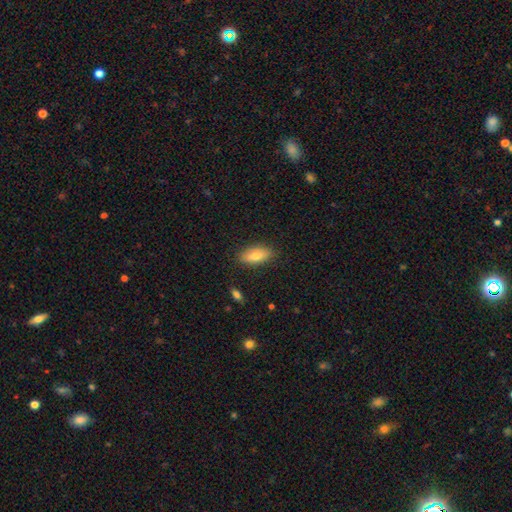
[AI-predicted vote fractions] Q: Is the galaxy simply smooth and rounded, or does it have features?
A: smooth — 77%.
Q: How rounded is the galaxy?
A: in between — 78%.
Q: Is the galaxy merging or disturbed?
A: none — 87%.